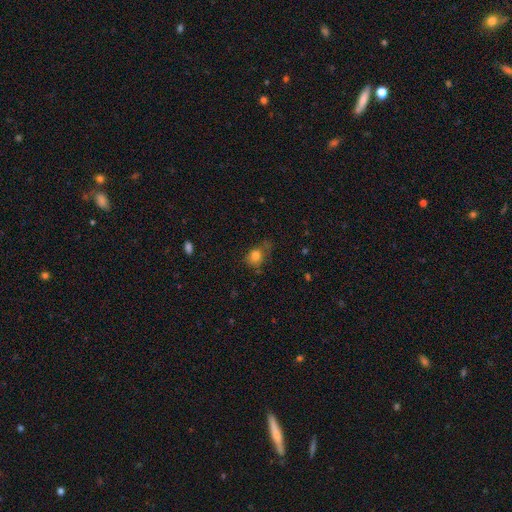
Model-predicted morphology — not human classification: smooth 79%, star or artifact 11%, featured or disk 10%. Down the decision tree: how rounded — round (55%); merging — none (44%).